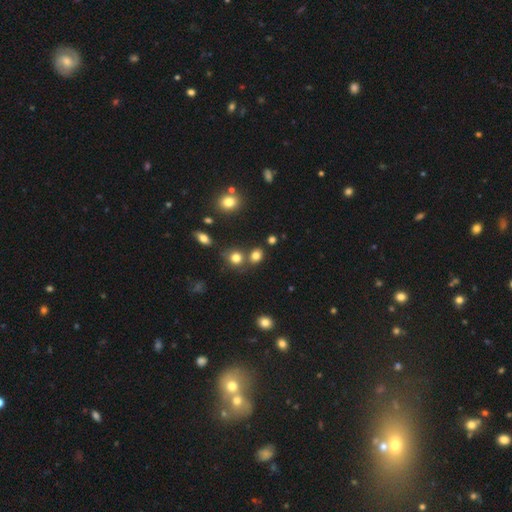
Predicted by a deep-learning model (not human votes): smooth-or-featured: smooth: 79% | star or artifact: 15% | featured or disk: 7%
  how-rounded: round: 62% | in between: 36% | cigar-shaped: 1%
  merging: none: 64% | merger: 22% | minor disturbance: 10% | major disturbance: 4%